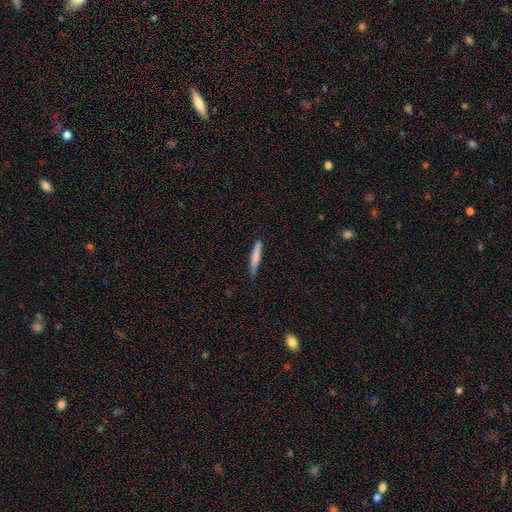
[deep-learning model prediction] smooth-or-featured: smooth: 78% | featured or disk: 16% | star or artifact: 6%
  how-rounded: cigar-shaped: 92% | in between: 7% | round: 1%
  merging: none: 72% | minor disturbance: 23% | major disturbance: 3% | merger: 2%